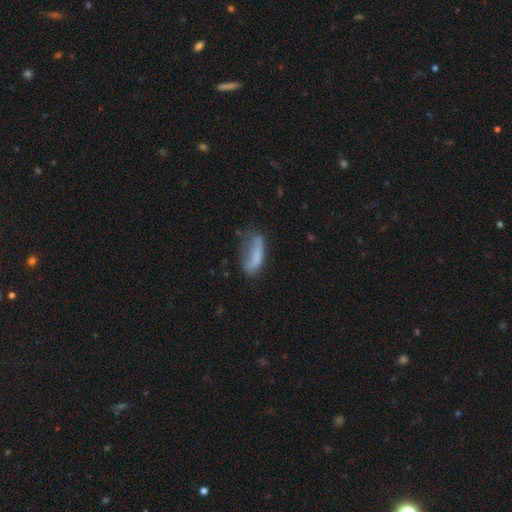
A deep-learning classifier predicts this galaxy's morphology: Smooth or featured? smooth (68%)
How rounded? in between (64%)
Merging? none (34%)